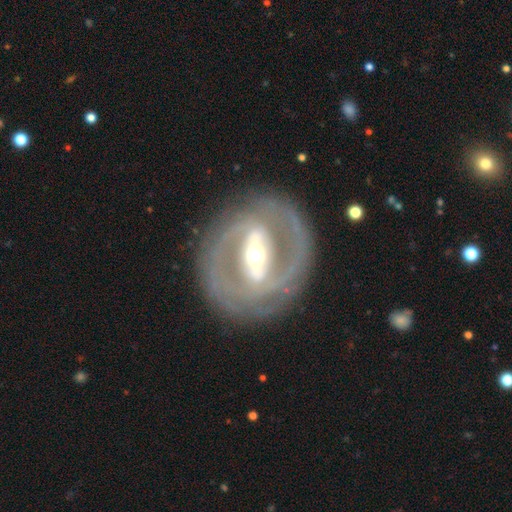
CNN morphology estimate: featured or disk 86%, smooth 9%, star or artifact 5%. Down the decision tree: edge-on disk — no (92%); bar — strong (73%); spiral arms — yes (81%); spiral arm count — 2 (69%); spiral winding — tight (59%); bulge size — moderate (63%); merging — none (81%).